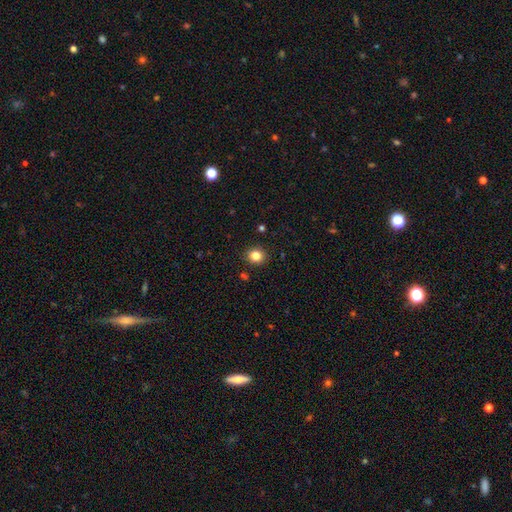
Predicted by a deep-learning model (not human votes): Overall: smooth (83%). How rounded: round (82%). Merging: none (90%).